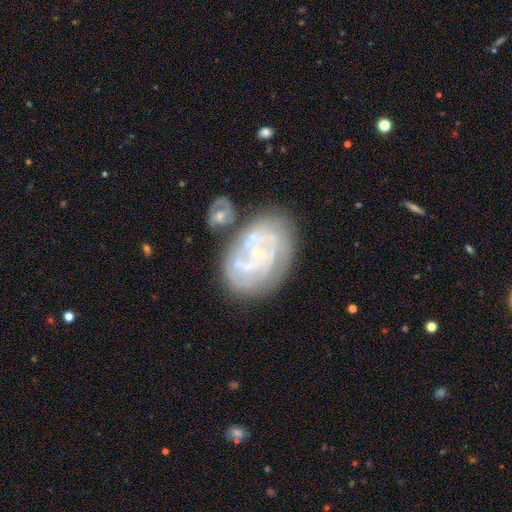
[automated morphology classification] A featured or disk galaxy (78%) with no bar (54%), tight (66%) spiral arms (91%) and a small central bulge (76%). Merging: none (60%).